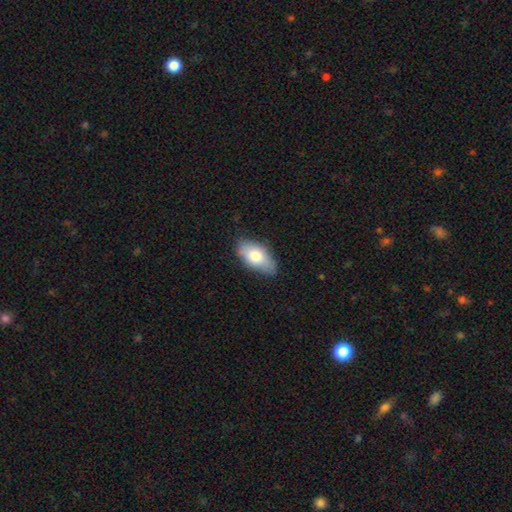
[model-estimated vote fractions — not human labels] Smooth or featured? Predicted: smooth (p=0.76). How rounded? Predicted: in between (p=0.92). Merging? Predicted: none (p=0.77).